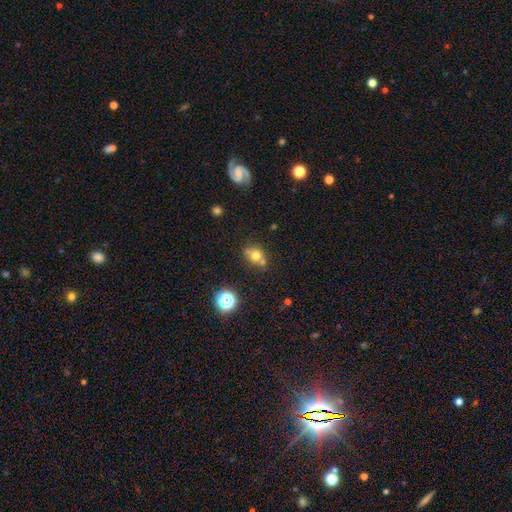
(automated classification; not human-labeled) A smooth galaxy with no disk features (67%) that is round (60%).

Vote fractions:
- Smooth or featured? smooth: 67% / star or artifact: 17% / featured or disk: 16%
- How rounded? round: 60% / in between: 38% / cigar-shaped: 2%
- Merging? none: 60% / merger: 20% / minor disturbance: 16% / major disturbance: 5%